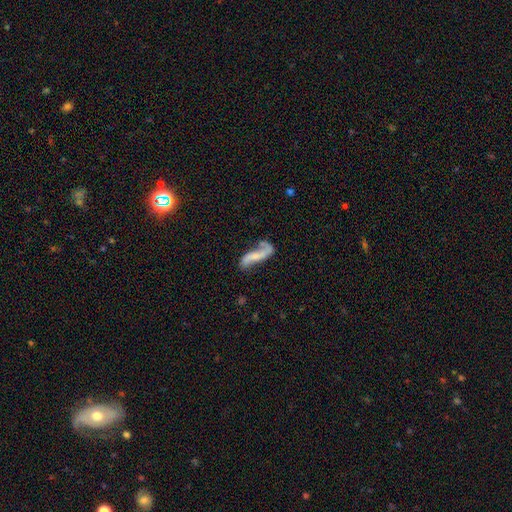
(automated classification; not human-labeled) The model was most divided on "bulge size": small: 41%, none: 40%, moderate: 15%, large: 3%, dominant: 2%. Remaining: edge-on disk — no (91%); spiral arms — yes (89%); spiral arm count — 2 (84%); spiral winding — loose (81%); smooth or featured — featured or disk (73%); merging — none (50%); bar — no (44%).